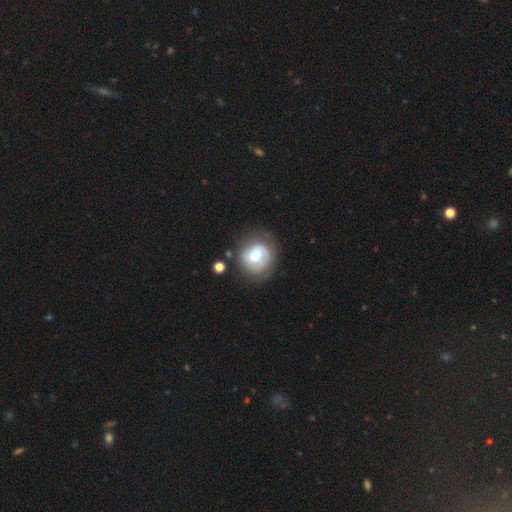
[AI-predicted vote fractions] This is possibly a smooth galaxy (58%). How rounded: likely round (76%). Merging: likely none (63%).